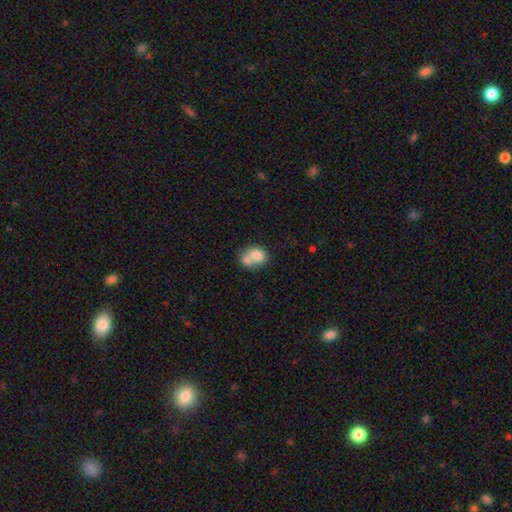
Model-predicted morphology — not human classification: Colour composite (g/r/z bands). It shows a smooth galaxy with no disk features (75%) that is in between round and cigar-shaped (53%). Merging: merger (61%).